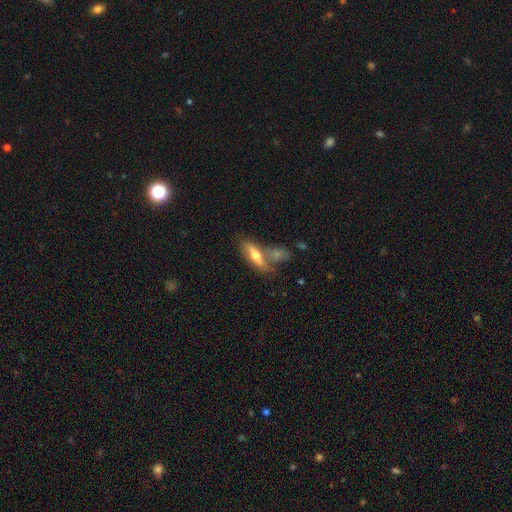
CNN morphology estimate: smooth-or-featured: smooth: 49% | featured or disk: 45% | star or artifact: 6%
  merging: none: 52% | merger: 30% | minor disturbance: 13% | major disturbance: 5%